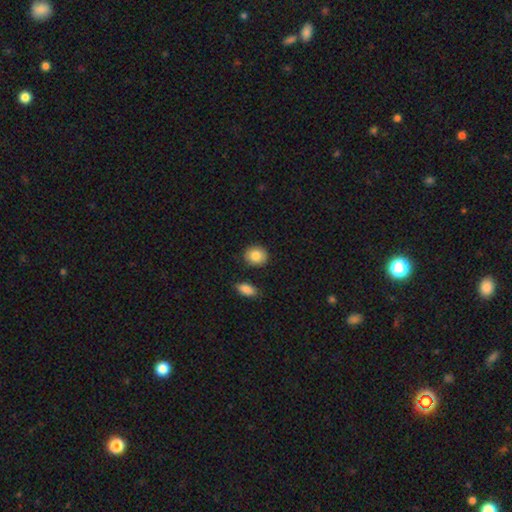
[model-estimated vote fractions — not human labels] Morphology: type=smooth (86%); roundness=round (70%); merging=none (85%).